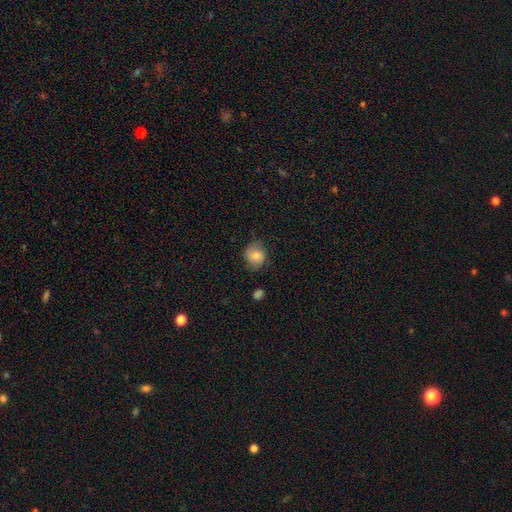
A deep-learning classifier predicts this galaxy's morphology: The model was most divided on "merging": none: 67%, minor disturbance: 25%, major disturbance: 7%, merger: 1%. More confident: smooth or featured — smooth (76%); how rounded — round (75%).